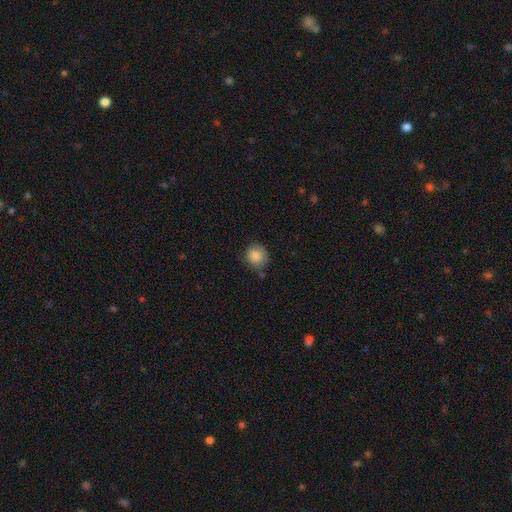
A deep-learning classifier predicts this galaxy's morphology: Smooth or featured: smooth — 84% (featured or disk — 8%)
How rounded: round — 81% (in between — 18%)
Merging: none — 66% (minor disturbance — 25%)